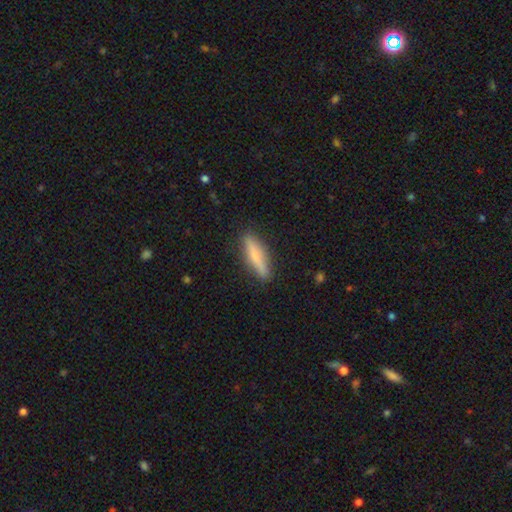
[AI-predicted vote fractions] Morphology: type=smooth (56%); roundness=cigar-shaped (81%); merging=none (88%).